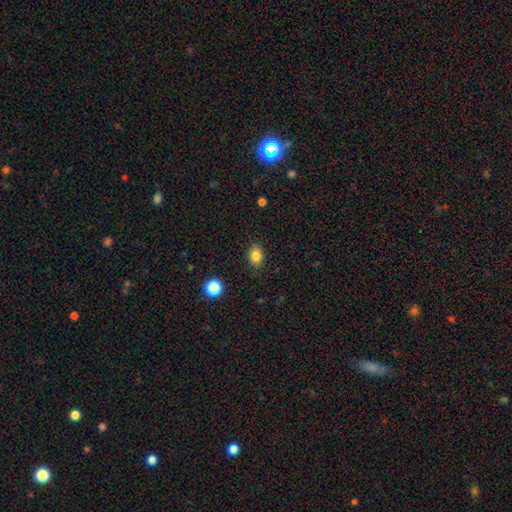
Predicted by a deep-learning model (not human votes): Morphology: type=smooth (84%); roundness=in between (71%); merging=none (86%).